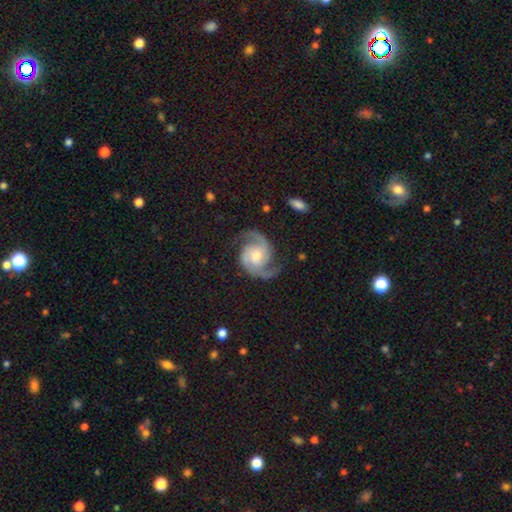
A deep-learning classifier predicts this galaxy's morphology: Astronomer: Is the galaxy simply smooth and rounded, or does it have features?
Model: featured or disk — 92%.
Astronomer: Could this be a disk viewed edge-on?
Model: no — 98%.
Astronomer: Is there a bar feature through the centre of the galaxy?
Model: no — 57% (runner-up: weak, 35%).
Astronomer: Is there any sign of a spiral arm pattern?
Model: yes — 99%.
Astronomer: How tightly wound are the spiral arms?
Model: medium — 59%.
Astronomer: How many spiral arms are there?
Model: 2 — 92%.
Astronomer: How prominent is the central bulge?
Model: moderate — 59%.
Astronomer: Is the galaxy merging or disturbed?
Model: none — 78%.